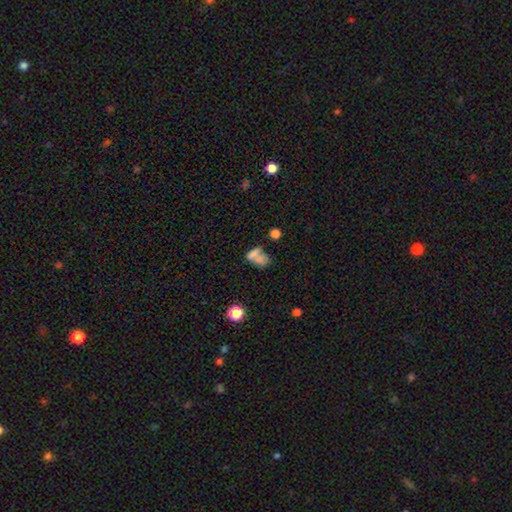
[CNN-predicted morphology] Smooth or featured: smooth — 64% (featured or disk — 21%)
How rounded: in between — 75% (round — 19%)
Merging: merger — 41% (none — 27%)